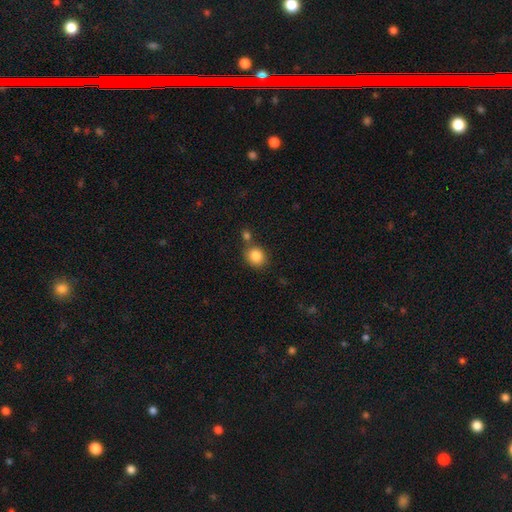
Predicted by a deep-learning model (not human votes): Smooth or featured? smooth (85%)
How rounded? round (76%)
Merging? none (69%)